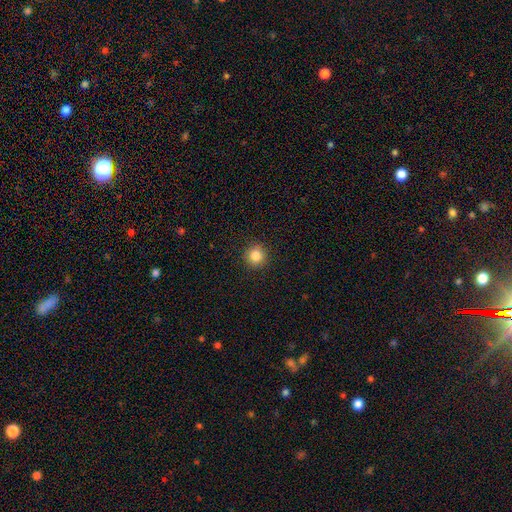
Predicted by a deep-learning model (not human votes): smooth_or_featured: smooth (p=0.85) [alt: star or artifact p=0.11]
how_rounded: round (p=0.94) [alt: in between p=0.05]
merging: none (p=0.92) [alt: minor disturbance p=0.05]